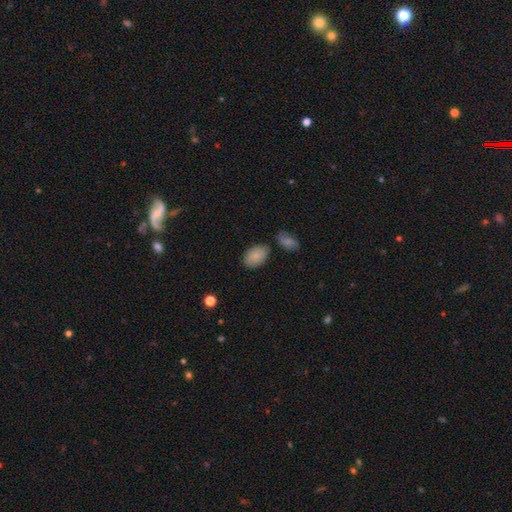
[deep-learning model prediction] smooth_or_featured: smooth (p=0.86) [alt: featured or disk p=0.07]
how_rounded: in between (p=0.91) [alt: round p=0.08]
merging: none (p=0.73) [alt: minor disturbance p=0.15]